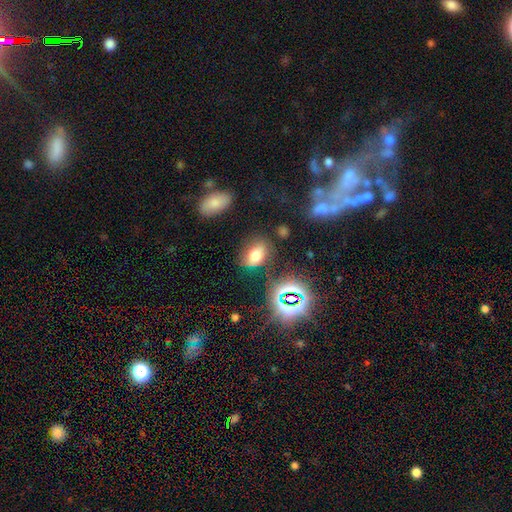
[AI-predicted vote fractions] The model was most divided on "smooth or featured": smooth: 66%, star or artifact: 21%, featured or disk: 13%. More confident: how rounded — in between (81%); merging — none (70%).